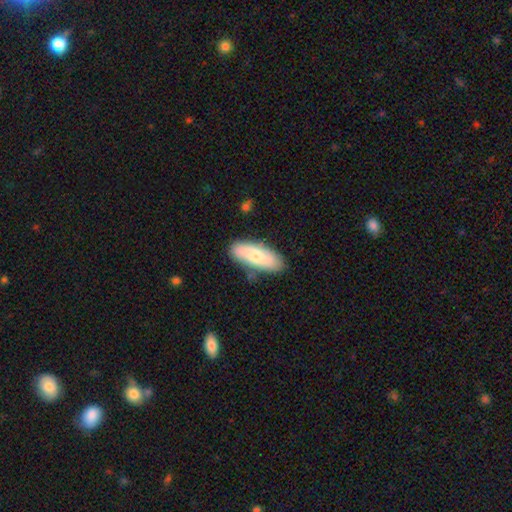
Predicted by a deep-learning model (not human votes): smooth-or-featured: smooth: 72% | featured or disk: 23% | star or artifact: 6%
  how-rounded: in between: 76% | cigar-shaped: 22% | round: 2%
  merging: none: 80% | minor disturbance: 14% | merger: 3% | major disturbance: 3%